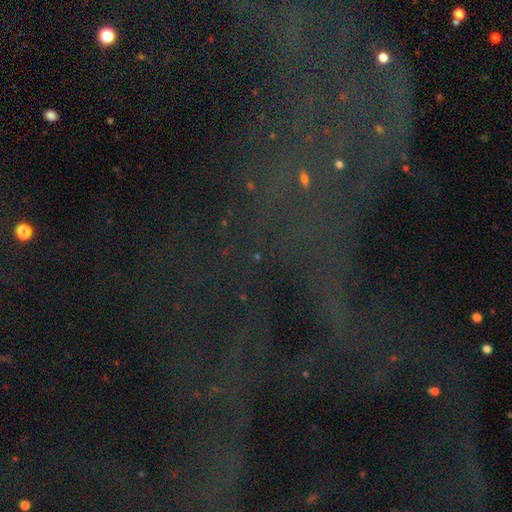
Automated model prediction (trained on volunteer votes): Overall: star or artifact (79%).